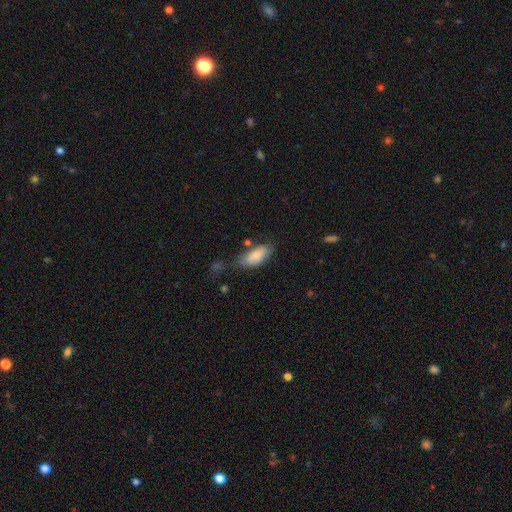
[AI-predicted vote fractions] smooth_or_featured: smooth (p=0.79) [alt: featured or disk p=0.14]
how_rounded: in between (p=0.86) [alt: cigar-shaped p=0.12]
merging: none (p=0.46) [alt: minor disturbance p=0.32]